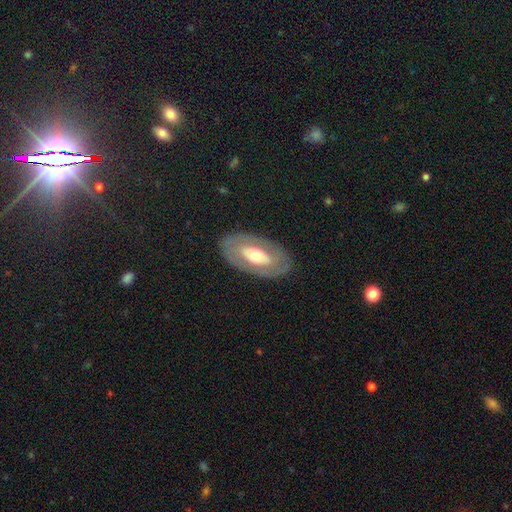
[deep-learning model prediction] Smooth or featured? featured or disk (57%)
Edge-on disk? no (87%)
Merging? none (84%)